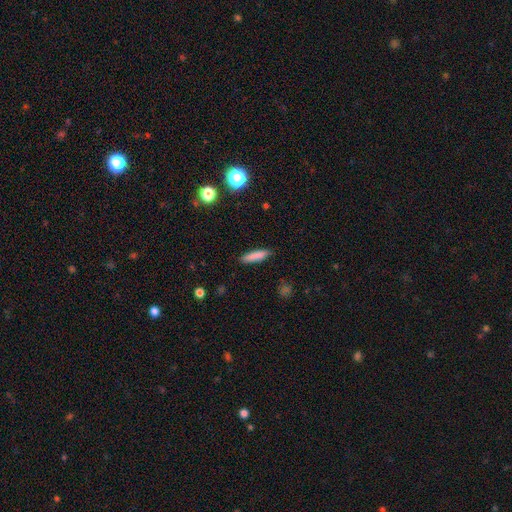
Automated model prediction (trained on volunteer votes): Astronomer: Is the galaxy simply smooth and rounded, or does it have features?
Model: smooth — 84%.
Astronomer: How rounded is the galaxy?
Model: cigar-shaped — 78%.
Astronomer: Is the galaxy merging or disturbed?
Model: none — 87%.